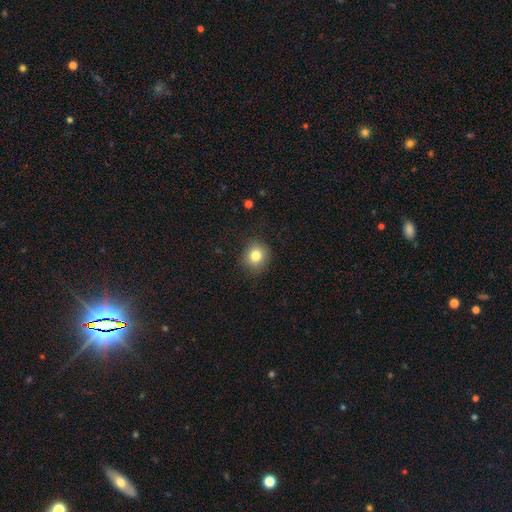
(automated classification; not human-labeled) A smooth galaxy with no disk features (81%) that is round (86%).

Vote fractions:
- Smooth or featured? smooth: 81% / star or artifact: 11% / featured or disk: 8%
- How rounded? round: 86% / in between: 13% / cigar-shaped: 1%
- Merging? none: 87% / minor disturbance: 9% / major disturbance: 3% / merger: 1%